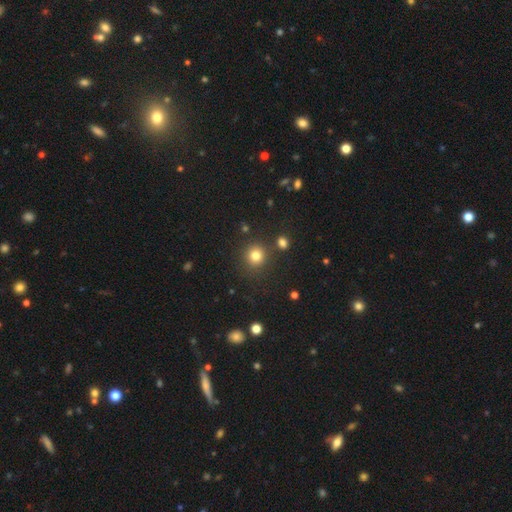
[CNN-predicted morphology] Overall: smooth (79%). How rounded: round (92%). Merging: none (83%).